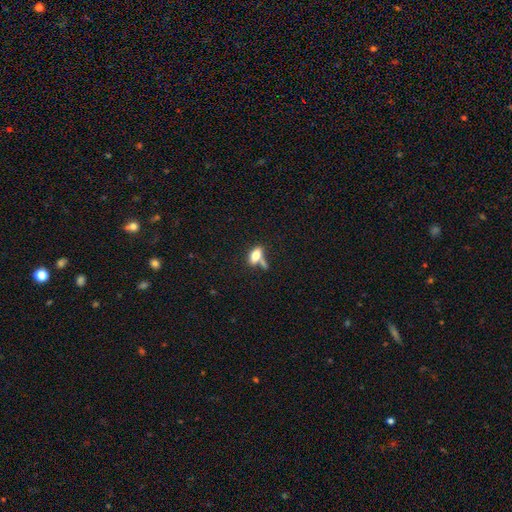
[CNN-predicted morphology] smooth 74%, featured or disk 18%, star or artifact 9%. Down the decision tree: how rounded — in between (83%); merging — none (42%).